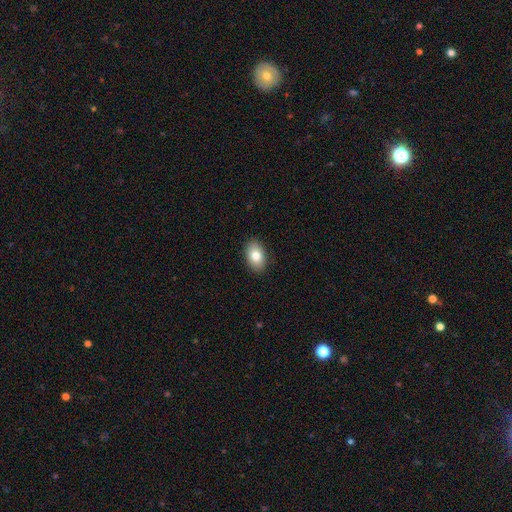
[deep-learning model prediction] Smooth or featured? Predicted: smooth (p=0.81). How rounded? Predicted: in between (p=0.89). Merging? Predicted: none (p=0.89).